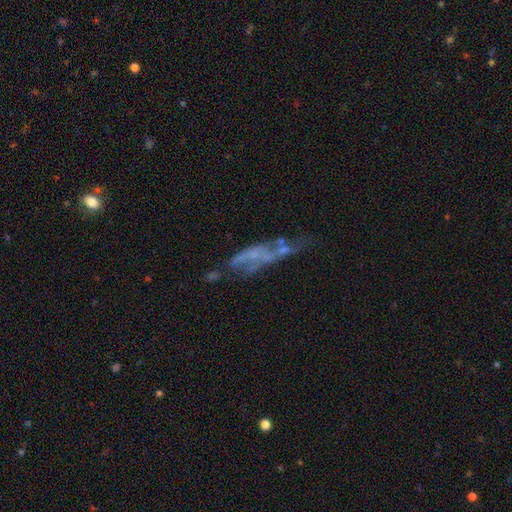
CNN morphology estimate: Smooth or featured? Predicted: featured or disk (p=0.59). Edge-on disk? Predicted: no (p=0.79). Merging? Predicted: none (p=0.36).